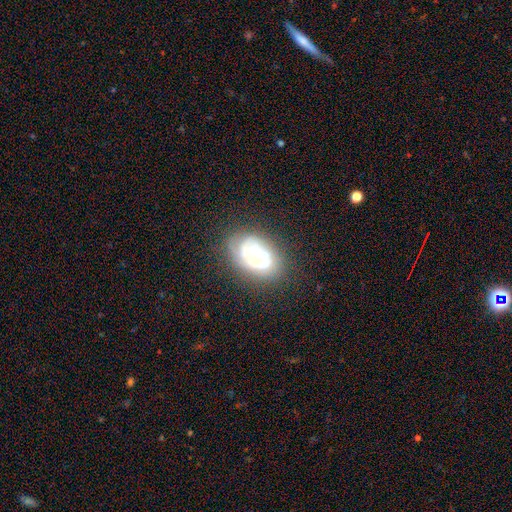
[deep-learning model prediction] This appears to be a featured or disk galaxy (65%) with no bar (81%), spiral arms (67%) and a moderate central bulge (45%). Merging: none (66%).